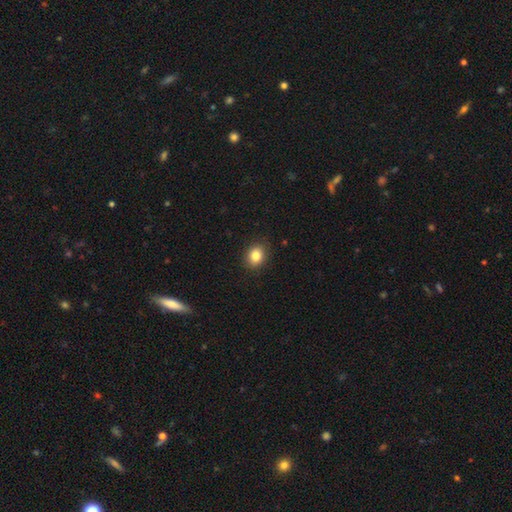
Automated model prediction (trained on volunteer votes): Smooth or featured: smooth — 84% (star or artifact — 10%)
How rounded: round — 55% (in between — 44%)
Merging: none — 89% (minor disturbance — 8%)